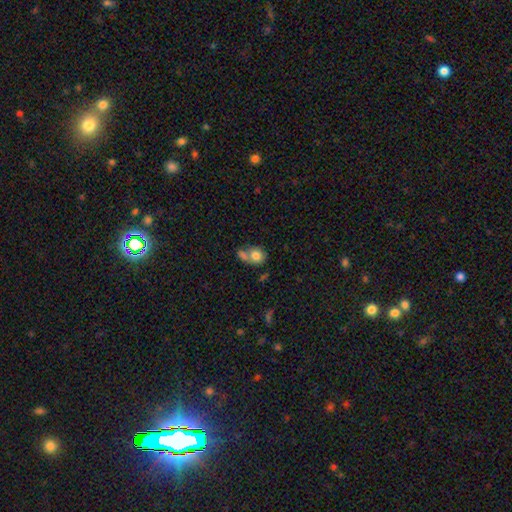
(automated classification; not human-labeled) Morphology: type=smooth (76%); roundness=round (55%); merging=merger (46%).